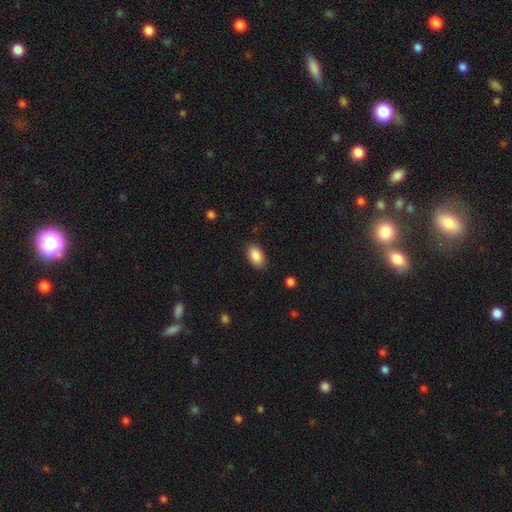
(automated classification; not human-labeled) Smooth or featured?
  - smooth: 89% *
  - star or artifact: 7%
  - featured or disk: 4%
How rounded?
  - in between: 93% *
  - round: 5%
  - cigar-shaped: 2%
Merging?
  - none: 86% *
  - minor disturbance: 10%
  - major disturbance: 3%
  - merger: 1%